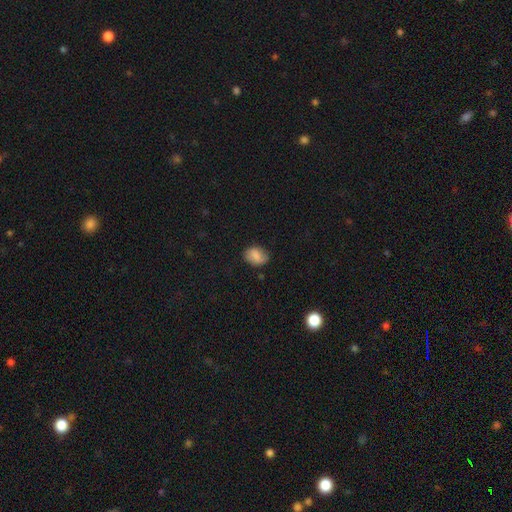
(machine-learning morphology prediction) smooth 75%, featured or disk 17%, star or artifact 9%. Down the decision tree: how rounded — in between (69%); merging — none (73%).